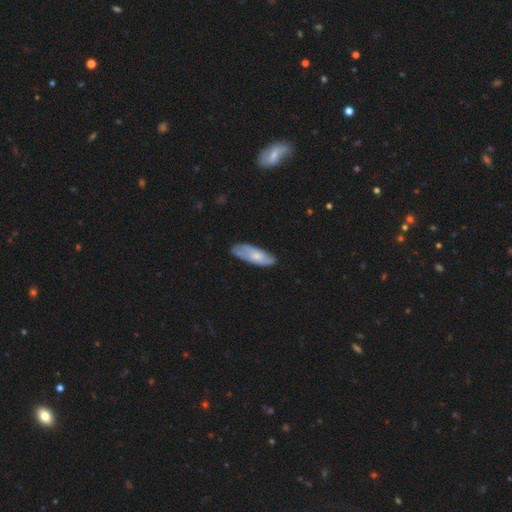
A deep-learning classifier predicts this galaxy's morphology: Smooth or featured?
  - smooth: 51% *
  - featured or disk: 43%
  - star or artifact: 6%
How rounded?
  - in between: 64% *
  - cigar-shaped: 34%
  - round: 2%
Merging?
  - none: 66% *
  - minor disturbance: 26%
  - major disturbance: 7%
  - merger: 2%